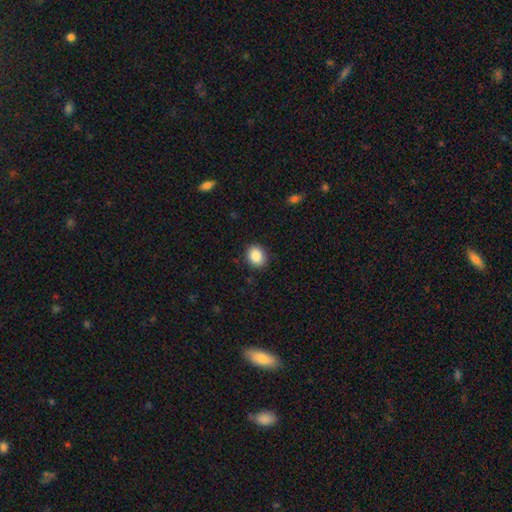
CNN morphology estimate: Overall: smooth (89%). How rounded: round (54%; in between 45%). Merging: none (88%).